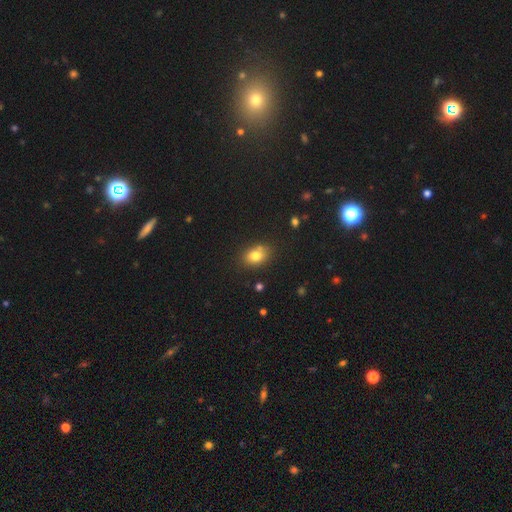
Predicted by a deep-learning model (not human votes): Q: Smooth or featured?
A: smooth (78%); runner-up: star or artifact (11%)
Q: How rounded?
A: in between (68%); runner-up: round (30%)
Q: Merging?
A: none (71%); runner-up: minor disturbance (16%)